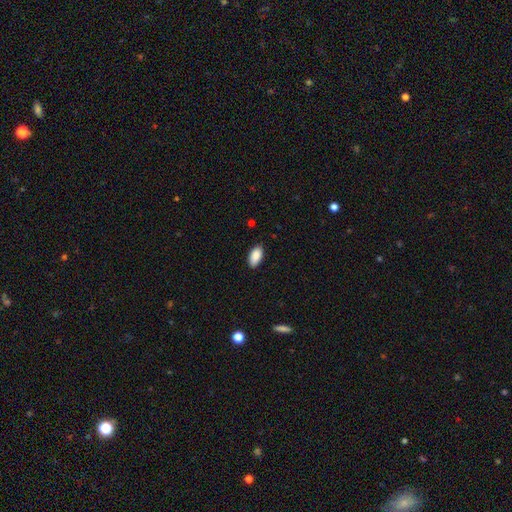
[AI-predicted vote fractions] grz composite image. It shows a smooth galaxy with no disk features (89%) that is in between round and cigar-shaped (93%). Merging: none (85%).